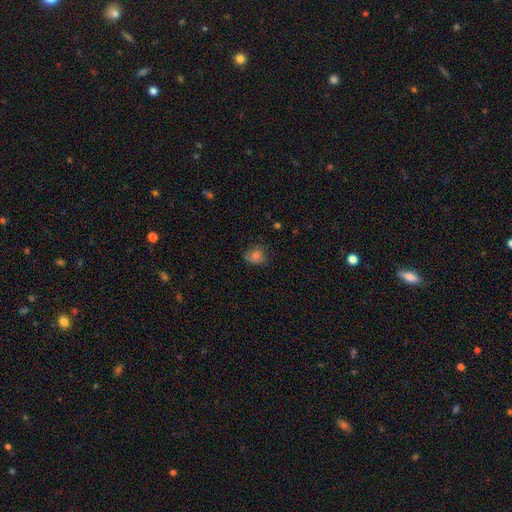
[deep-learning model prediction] A smooth galaxy with no disk features (73%) that is round (74%). Merging: none (70%).